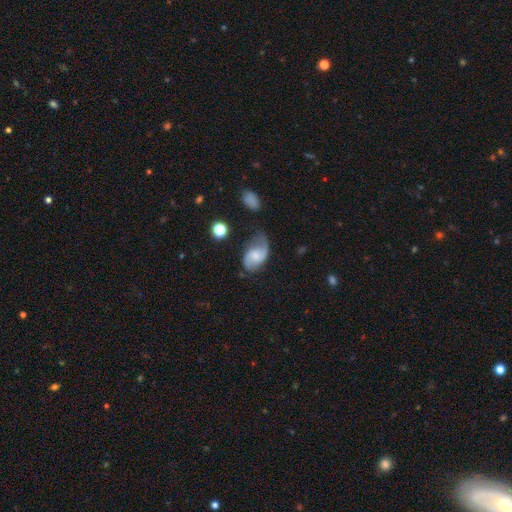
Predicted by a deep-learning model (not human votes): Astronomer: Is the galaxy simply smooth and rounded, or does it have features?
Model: featured or disk — 61%.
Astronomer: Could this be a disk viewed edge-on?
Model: no — 97%.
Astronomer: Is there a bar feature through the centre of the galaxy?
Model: no — 53% (runner-up: weak, 39%).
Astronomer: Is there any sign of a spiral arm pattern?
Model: yes — 91%.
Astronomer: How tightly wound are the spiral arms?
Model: loose — 49% (runner-up: medium, 38%).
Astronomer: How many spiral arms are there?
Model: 2 — 82%.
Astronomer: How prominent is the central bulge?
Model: small — 43% (runner-up: moderate, 34%).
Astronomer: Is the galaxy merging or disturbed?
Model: none — 50% (runner-up: minor disturbance, 29%).